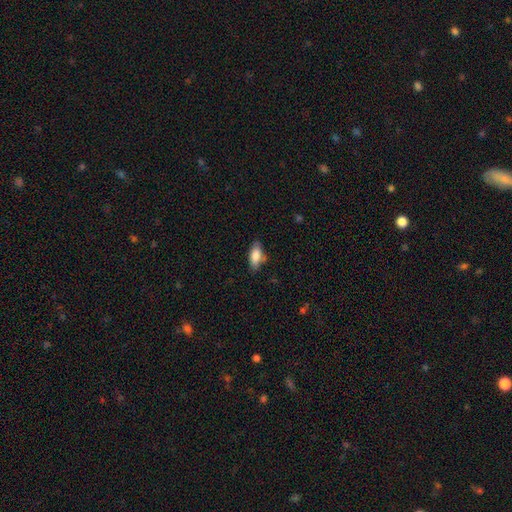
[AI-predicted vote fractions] The model was most divided on "merging": none: 74%, minor disturbance: 20%, major disturbance: 4%, merger: 3%. More confident: how rounded — in between (84%); smooth or featured — smooth (83%).